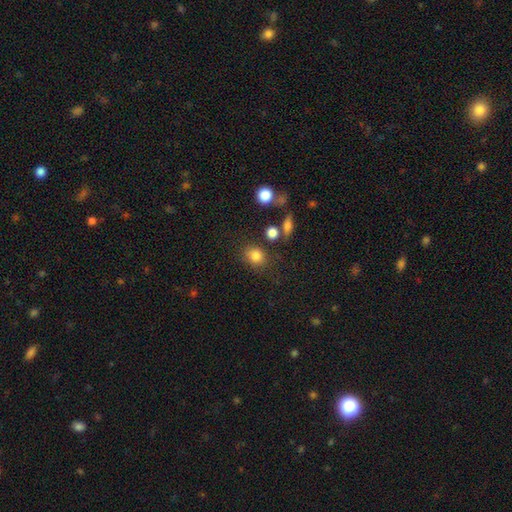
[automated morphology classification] Overall: smooth (81%). How rounded: round (67%; in between 32%). Merging: none (74%).